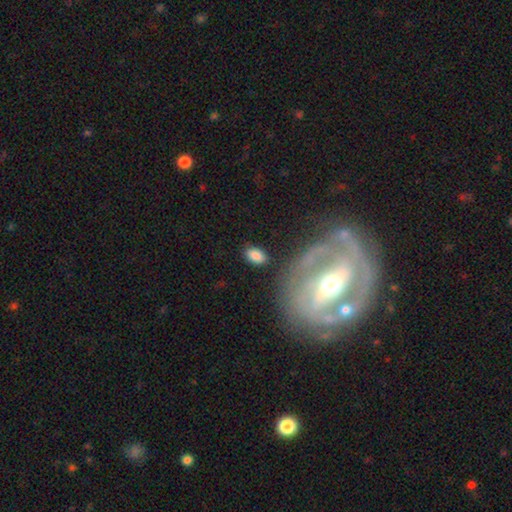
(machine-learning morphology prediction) Smooth or featured?
  - smooth: 84% *
  - featured or disk: 8%
  - star or artifact: 7%
How rounded?
  - in between: 90% *
  - round: 8%
  - cigar-shaped: 2%
Merging?
  - none: 81% *
  - minor disturbance: 11%
  - major disturbance: 4%
  - merger: 4%